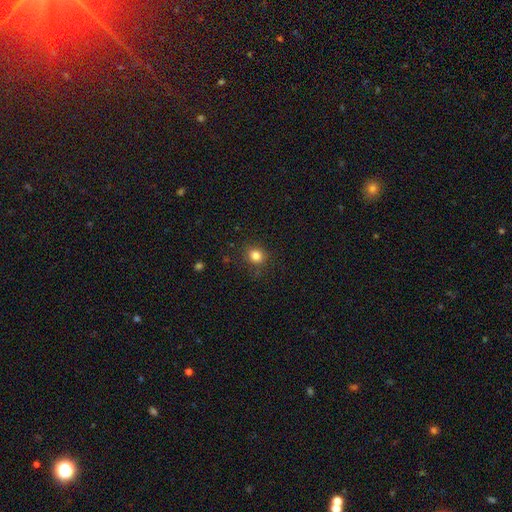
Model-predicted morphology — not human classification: Smooth or featured? smooth (82%)
How rounded? round (79%)
Merging? none (87%)